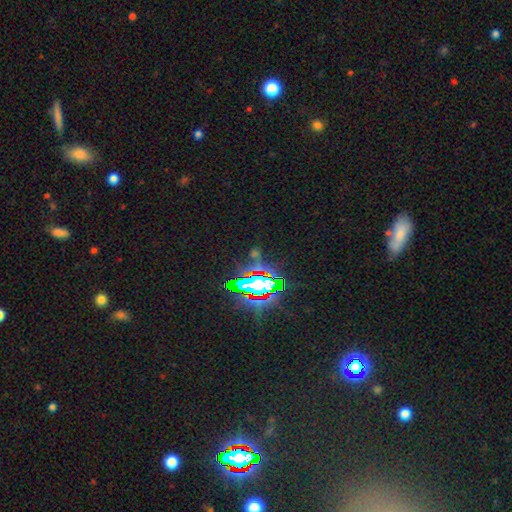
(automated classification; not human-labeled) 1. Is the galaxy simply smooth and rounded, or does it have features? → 76% star or artifact, 14% smooth, 10% featured or disk.